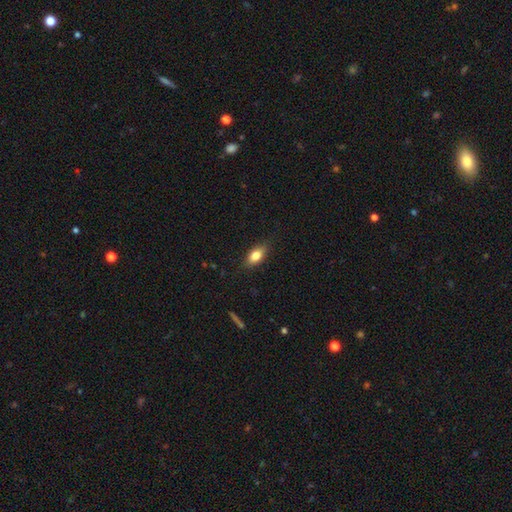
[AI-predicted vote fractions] This is likely a smooth galaxy (80%). How rounded: clearly in between (84%). Merging: clearly none (84%).